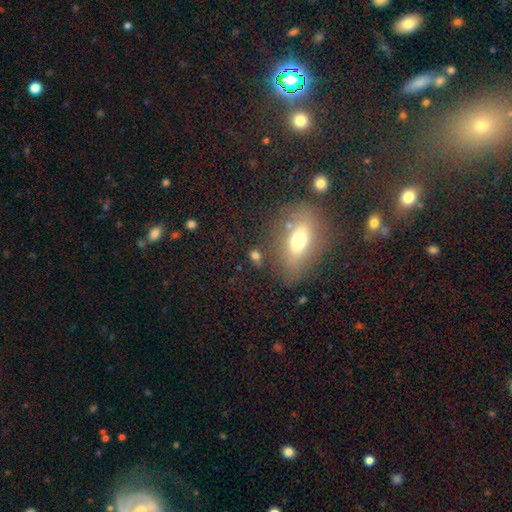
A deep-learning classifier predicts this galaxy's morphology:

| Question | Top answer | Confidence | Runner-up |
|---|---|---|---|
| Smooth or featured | smooth | 68% | featured or disk (17%) |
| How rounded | in between | 60% | round (31%) |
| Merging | none | 70% | minor disturbance (13%) |